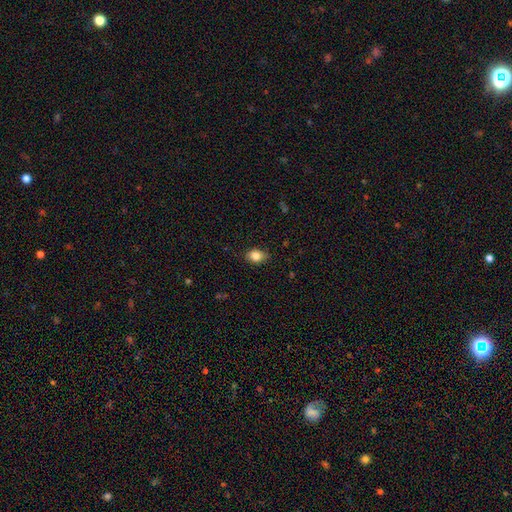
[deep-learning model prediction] smooth-or-featured: smooth: 80% | featured or disk: 10% | star or artifact: 9%
  how-rounded: in between: 63% | round: 34% | cigar-shaped: 2%
  merging: none: 74% | minor disturbance: 21% | major disturbance: 4% | merger: 1%